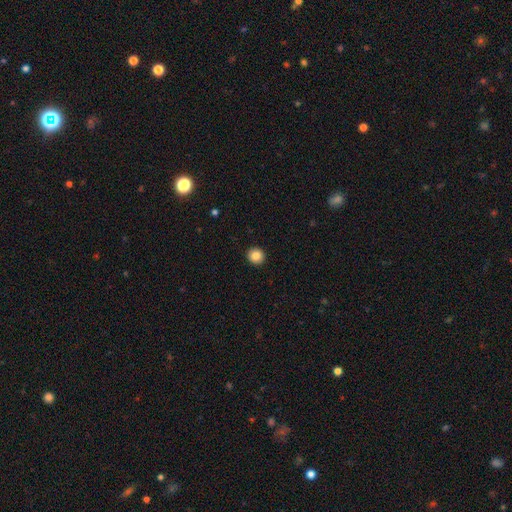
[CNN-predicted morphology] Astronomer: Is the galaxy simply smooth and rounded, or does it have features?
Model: smooth — 84%.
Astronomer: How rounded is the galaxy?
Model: round — 90%.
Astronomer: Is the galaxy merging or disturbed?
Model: none — 93%.